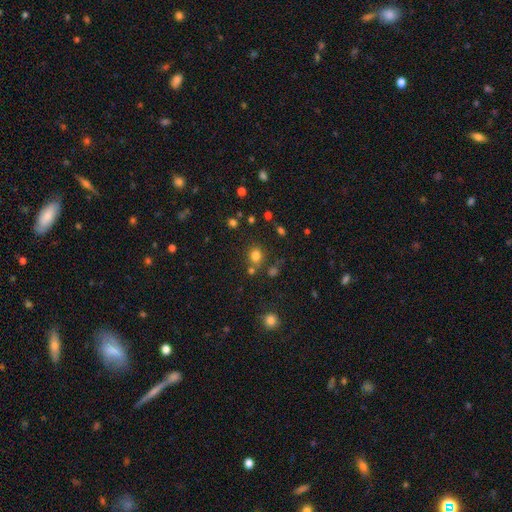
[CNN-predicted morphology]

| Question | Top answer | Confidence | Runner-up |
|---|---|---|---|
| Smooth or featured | smooth | 77% | star or artifact (16%) |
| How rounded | round | 65% | in between (34%) |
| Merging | none | 70% | merger (14%) |